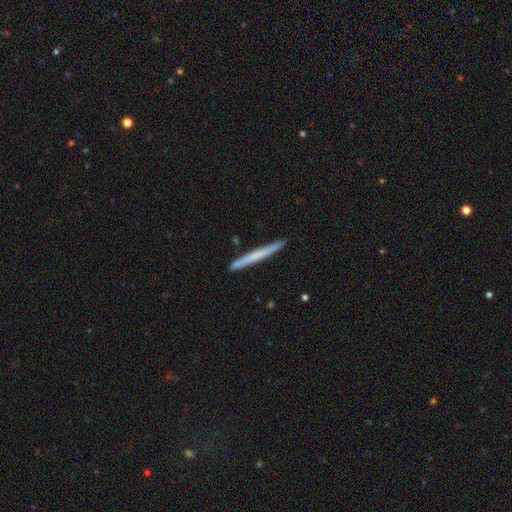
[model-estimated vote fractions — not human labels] A smooth galaxy with no disk features (56%) that is cigar-shaped (97%). Merging: none (91%).